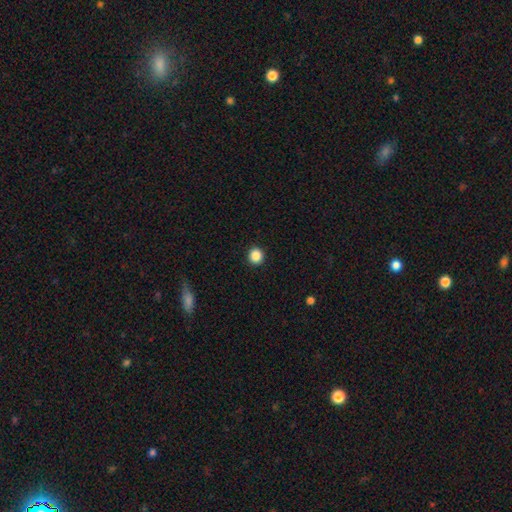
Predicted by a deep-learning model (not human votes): Q: Smooth or featured?
A: smooth (87%); runner-up: star or artifact (10%)
Q: How rounded?
A: round (93%); runner-up: in between (6%)
Q: Merging?
A: none (93%); runner-up: minor disturbance (4%)